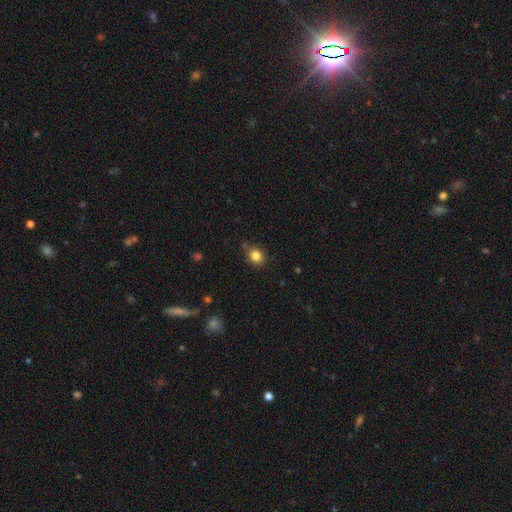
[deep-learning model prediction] Smooth or featured? Predicted: smooth (p=0.83). How rounded? Predicted: round (p=0.65). Merging? Predicted: none (p=0.78).